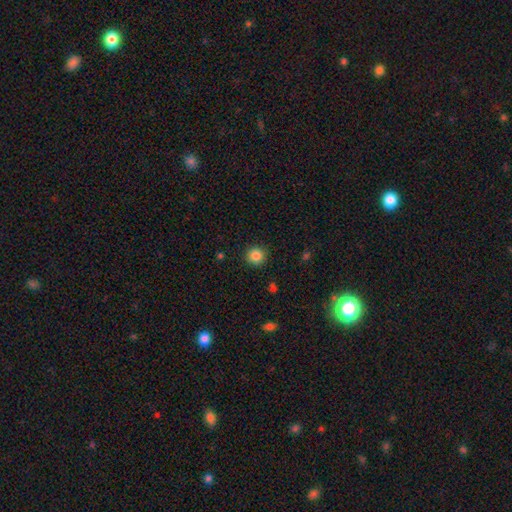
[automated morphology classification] Smooth or featured: smooth — 85% (star or artifact — 11%)
How rounded: round — 94% (in between — 5%)
Merging: none — 92% (minor disturbance — 5%)